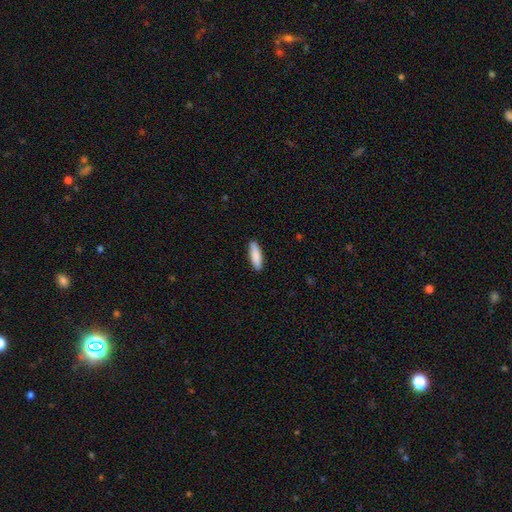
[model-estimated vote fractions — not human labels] This appears to be a smooth galaxy with no disk features (87%) that is cigar-shaped (60%). Merging: none (89%).